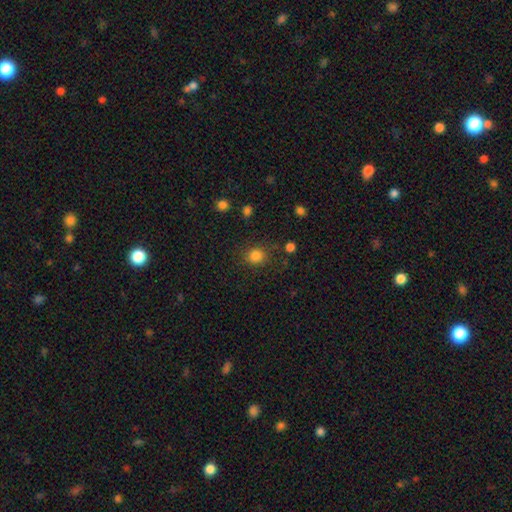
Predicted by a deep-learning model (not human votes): smooth-or-featured: smooth: 83% | star or artifact: 12% | featured or disk: 4%
  how-rounded: round: 78% | in between: 21% | cigar-shaped: 1%
  merging: none: 82% | minor disturbance: 11% | major disturbance: 5% | merger: 3%